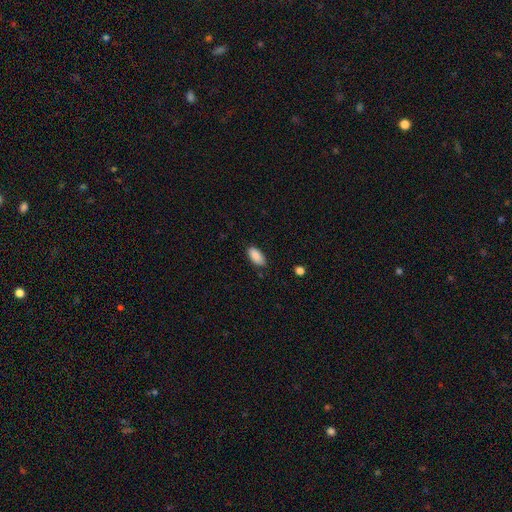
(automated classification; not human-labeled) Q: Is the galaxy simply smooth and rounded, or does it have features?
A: smooth — 89%.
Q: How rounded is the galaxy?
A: in between — 92%.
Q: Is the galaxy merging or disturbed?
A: none — 82%.